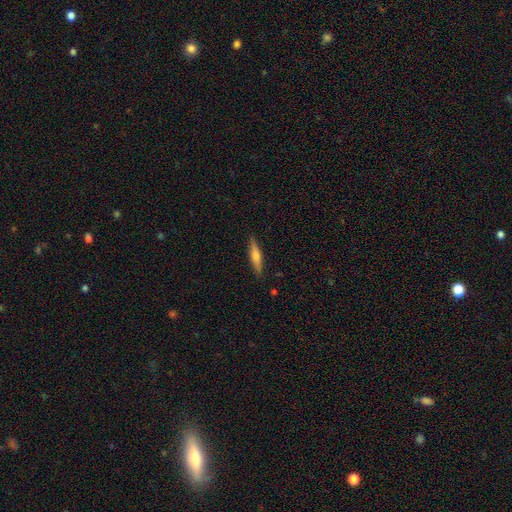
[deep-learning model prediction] Smooth or featured? featured or disk (47%, tied with smooth)
Merging? none (89%)